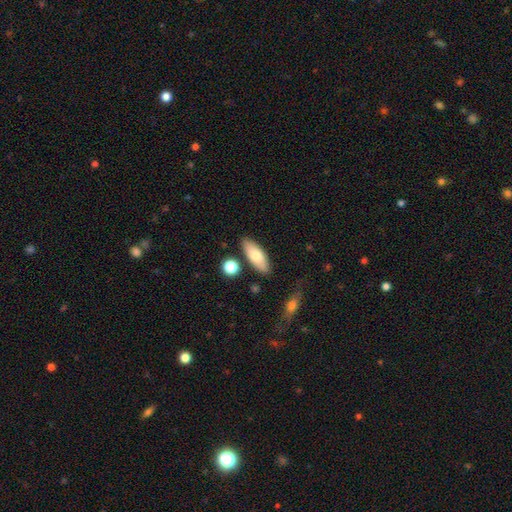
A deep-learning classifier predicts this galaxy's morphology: Smooth or featured: smooth — 75% (featured or disk — 19%)
How rounded: in between — 72% (cigar-shaped — 25%)
Merging: none — 82% (minor disturbance — 11%)